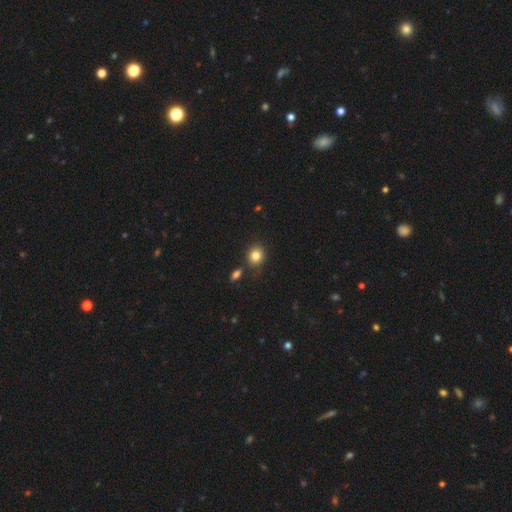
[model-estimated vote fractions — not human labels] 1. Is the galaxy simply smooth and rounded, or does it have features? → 83% smooth, 11% star or artifact, 6% featured or disk.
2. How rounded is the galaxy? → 77% round, 22% in between, 1% cigar-shaped.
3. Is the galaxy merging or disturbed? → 77% none, 11% minor disturbance, 8% merger, 3% major disturbance.